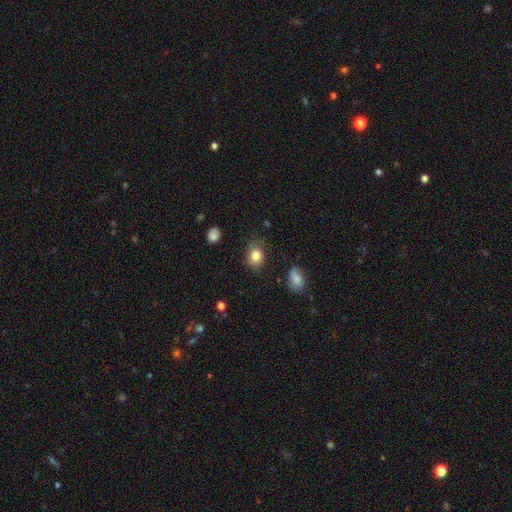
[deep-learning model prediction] Q: Smooth or featured?
A: smooth (84%); runner-up: star or artifact (9%)
Q: How rounded?
A: in between (59%); runner-up: round (40%)
Q: Merging?
A: none (71%); runner-up: minor disturbance (22%)